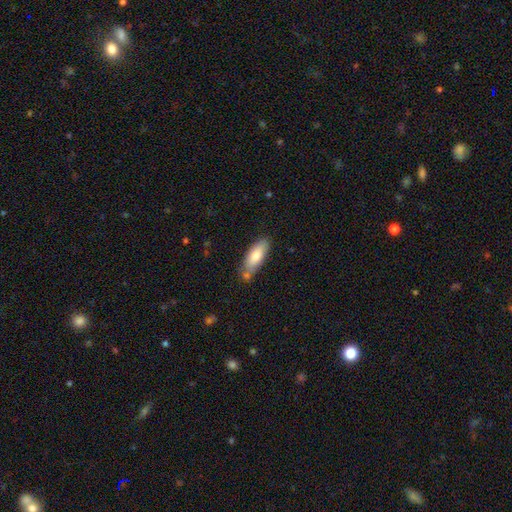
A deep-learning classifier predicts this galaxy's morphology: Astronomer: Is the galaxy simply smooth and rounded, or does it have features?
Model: smooth — 78%.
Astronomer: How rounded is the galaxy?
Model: in between — 70%.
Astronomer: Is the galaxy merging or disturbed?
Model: none — 65%.